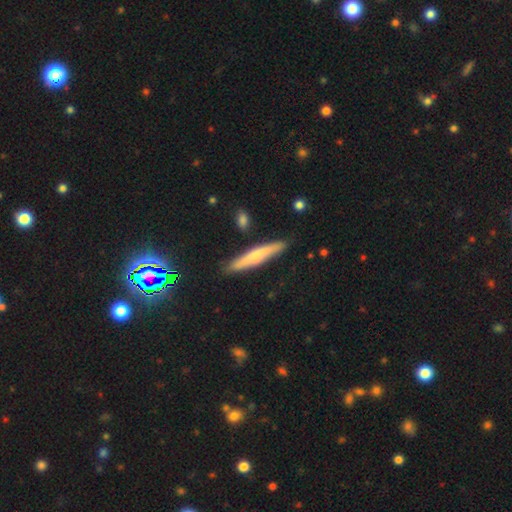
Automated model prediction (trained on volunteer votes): Morphology: type=smooth (56%); roundness=cigar-shaped (92%); merging=none (86%).